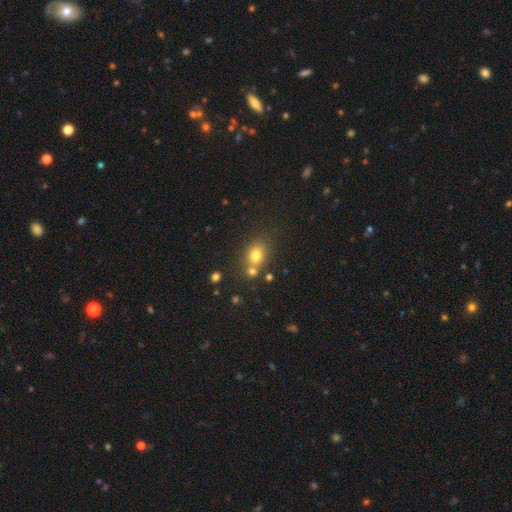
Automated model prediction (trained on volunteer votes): This appears to be a smooth galaxy with no disk features (76%) that is in between round and cigar-shaped (60%). Merging: none (56%).